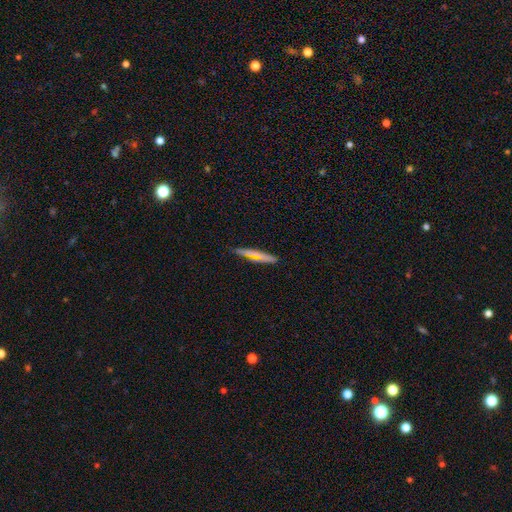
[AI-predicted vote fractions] Overall: smooth (61%; featured or disk 30%). How rounded: cigar-shaped (89%). Merging: none (82%).